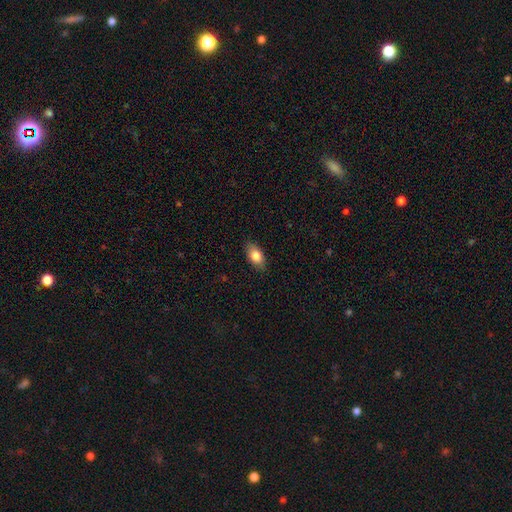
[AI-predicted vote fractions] A smooth galaxy with no disk features (83%) that is in between round and cigar-shaped (90%).

Vote fractions:
- Smooth or featured? smooth: 83% / featured or disk: 10% / star or artifact: 7%
- How rounded? in between: 90% / round: 6% / cigar-shaped: 4%
- Merging? none: 86% / minor disturbance: 11% / major disturbance: 2% / merger: 1%